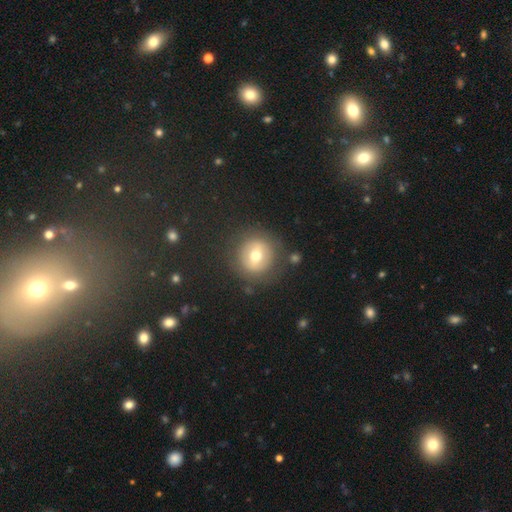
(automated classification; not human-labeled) Morphology: type=smooth (53%); roundness=round (89%); merging=none (84%).